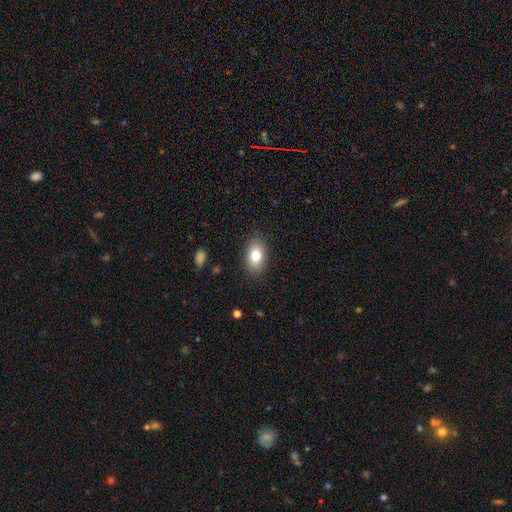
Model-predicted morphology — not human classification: smooth-or-featured: smooth: 79% | featured or disk: 13% | star or artifact: 8%
  how-rounded: in between: 89% | round: 9% | cigar-shaped: 2%
  merging: none: 87% | minor disturbance: 10% | major disturbance: 3% | merger: 1%